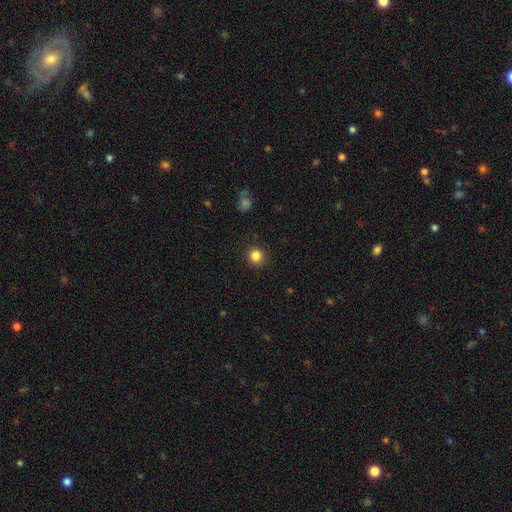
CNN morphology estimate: smooth_or_featured: smooth (p=0.84) [alt: star or artifact p=0.11]
how_rounded: round (p=0.92) [alt: in between p=0.08]
merging: none (p=0.90) [alt: minor disturbance p=0.06]